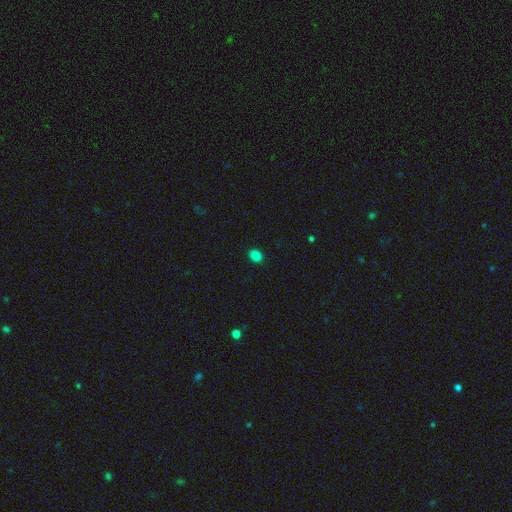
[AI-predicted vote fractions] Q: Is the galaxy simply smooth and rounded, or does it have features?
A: smooth — 84%.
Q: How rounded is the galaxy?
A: in between — 57%.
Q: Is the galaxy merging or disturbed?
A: none — 90%.